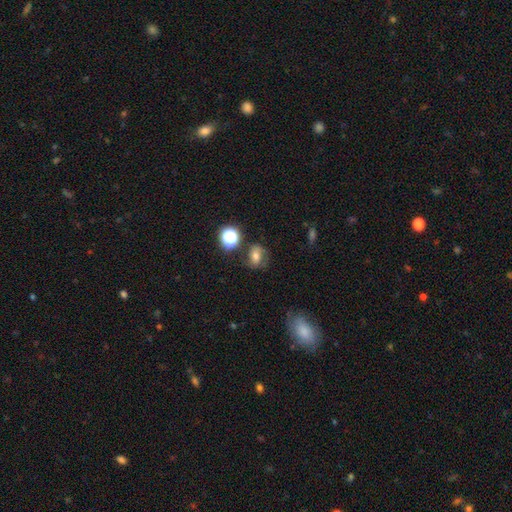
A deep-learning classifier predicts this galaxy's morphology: A smooth galaxy with no disk features (49%). Merging: none (61%).